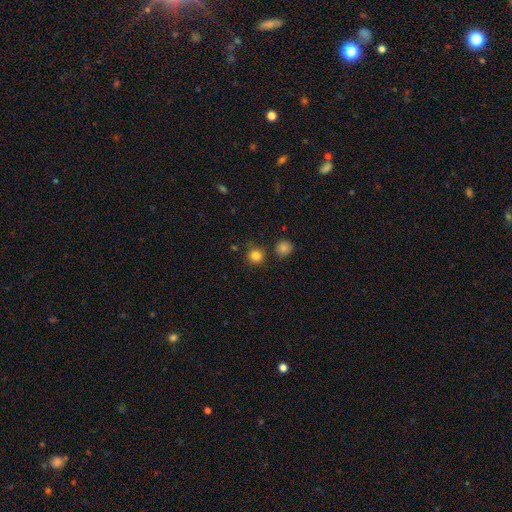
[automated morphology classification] Overall: smooth (83%). How rounded: round (93%). Merging: none (82%).